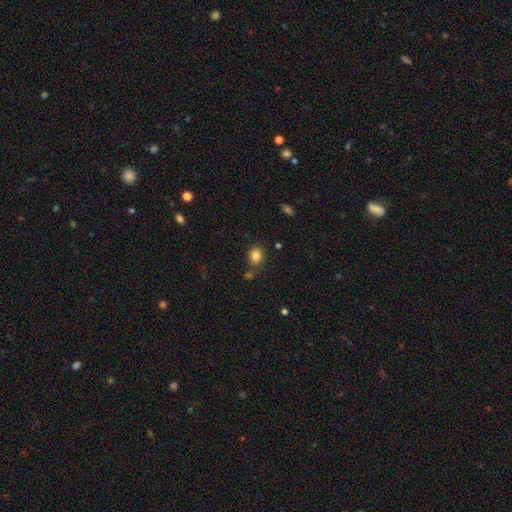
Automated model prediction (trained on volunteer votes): The model was most divided on "how rounded": round: 50%, in between: 49%, cigar-shaped: 1%. More confident: smooth or featured — smooth (84%); merging — none (72%).